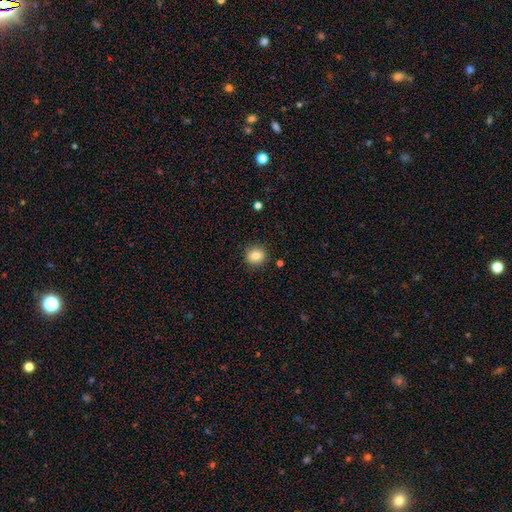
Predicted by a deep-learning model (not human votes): The model was most divided on "how rounded": round: 85%, in between: 14%, cigar-shaped: 1%. More confident: merging — none (89%); smooth or featured — smooth (82%).